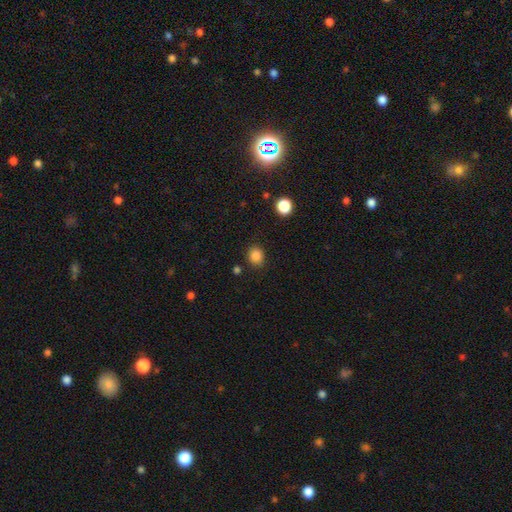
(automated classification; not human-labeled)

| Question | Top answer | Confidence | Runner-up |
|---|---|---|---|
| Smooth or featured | smooth | 85% | star or artifact (12%) |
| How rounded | round | 73% | in between (26%) |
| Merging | none | 84% | minor disturbance (11%) |